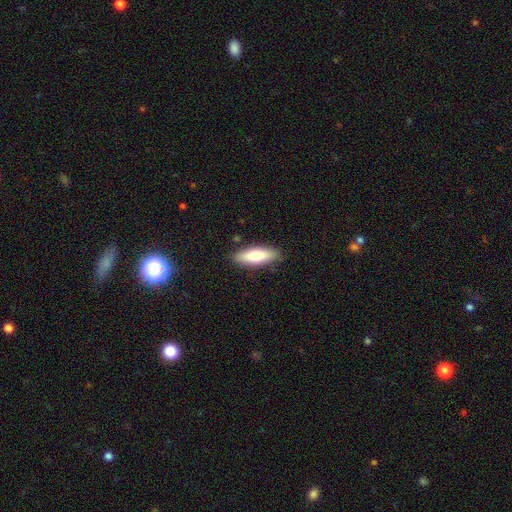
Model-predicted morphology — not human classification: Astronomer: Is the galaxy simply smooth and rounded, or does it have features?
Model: smooth — 69%.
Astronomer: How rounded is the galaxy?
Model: in between — 55% (runner-up: cigar-shaped, 43%).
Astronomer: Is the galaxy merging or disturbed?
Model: none — 87%.